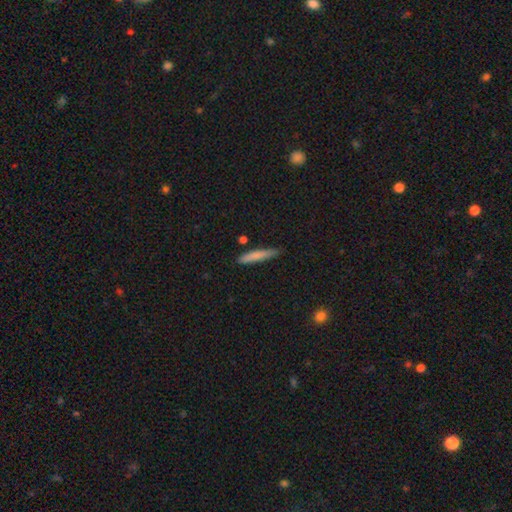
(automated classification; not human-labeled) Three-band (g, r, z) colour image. It shows a smooth galaxy with no disk features (79%) that is cigar-shaped (92%). Merging: none (81%).